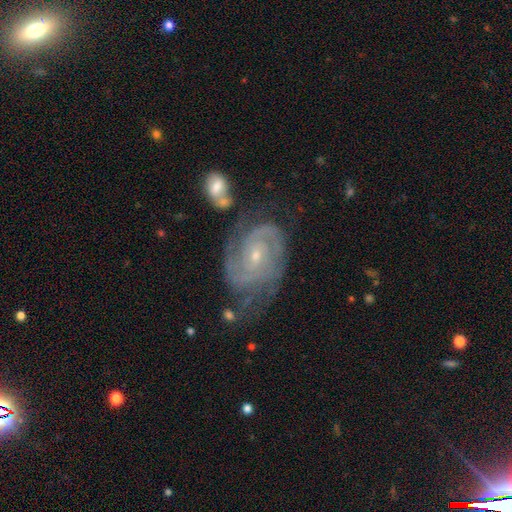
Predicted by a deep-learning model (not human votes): Morphology: type=featured or disk (88%); edge-on=no (97%); bar=no (61%); spiral arms=yes (97%); winding=tight (61%); arm count=2 (47%); bulge=small (73%); merging=none (56%).